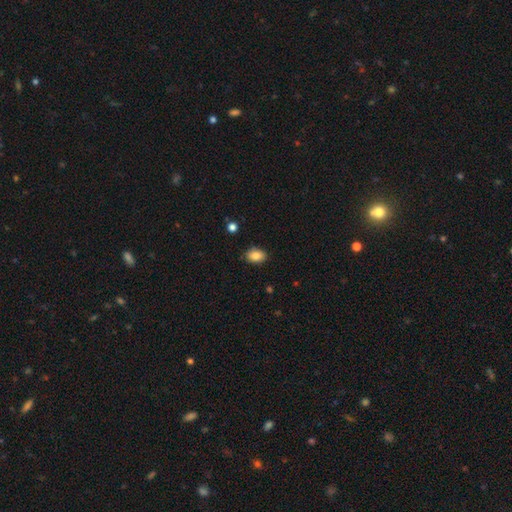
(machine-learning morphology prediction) Smooth or featured? smooth (85%)
How rounded? in between (81%)
Merging? none (84%)